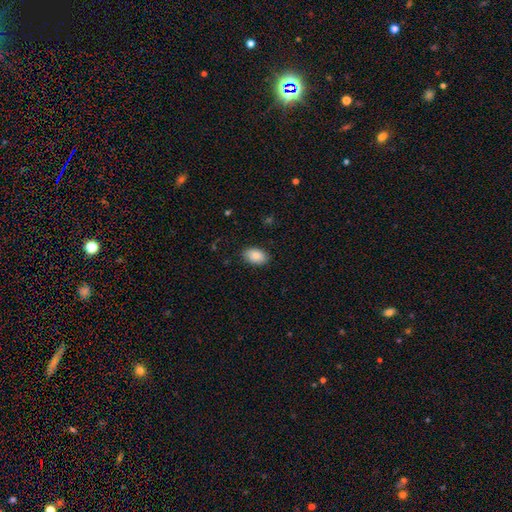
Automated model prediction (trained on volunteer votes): Q: Smooth or featured?
A: smooth (86%); runner-up: featured or disk (7%)
Q: How rounded?
A: in between (89%); runner-up: round (9%)
Q: Merging?
A: none (86%); runner-up: minor disturbance (11%)